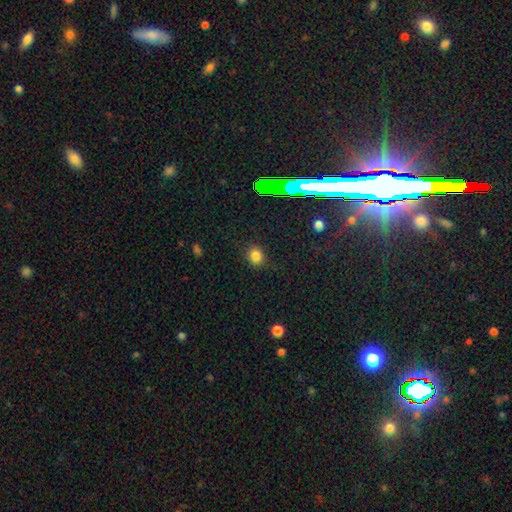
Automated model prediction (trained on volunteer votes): smooth_or_featured: smooth (p=0.80) [alt: star or artifact p=0.14]
how_rounded: round (p=0.66) [alt: in between p=0.33]
merging: none (p=0.84) [alt: minor disturbance p=0.11]